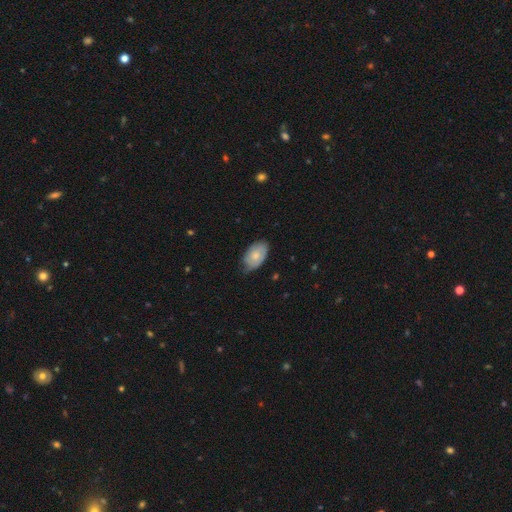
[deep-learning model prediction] smooth_or_featured: smooth (p=0.64) [alt: featured or disk p=0.29]
how_rounded: in between (p=0.91) [alt: round p=0.08]
merging: none (p=0.63) [alt: minor disturbance p=0.31]